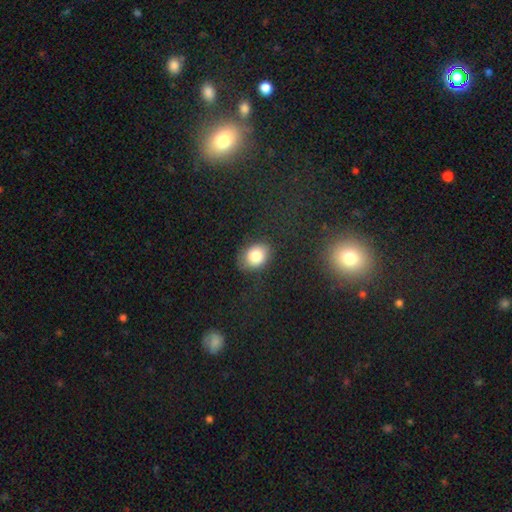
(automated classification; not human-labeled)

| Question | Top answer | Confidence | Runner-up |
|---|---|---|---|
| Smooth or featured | smooth | 81% | featured or disk (10%) |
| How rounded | in between | 56% | round (43%) |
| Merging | none | 81% | minor disturbance (14%) |